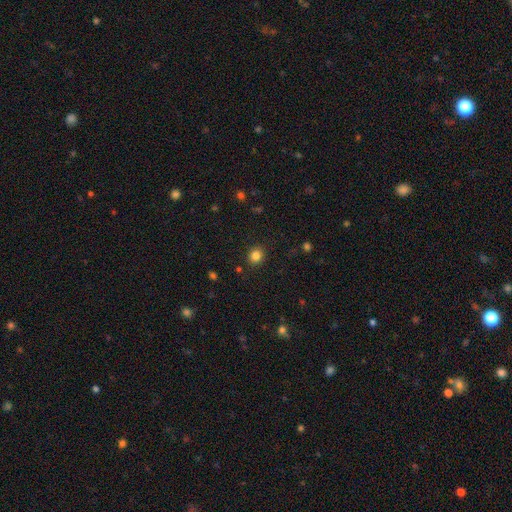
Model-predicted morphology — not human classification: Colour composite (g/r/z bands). It shows a smooth galaxy with no disk features (83%) that is round (77%). Merging: none (89%).